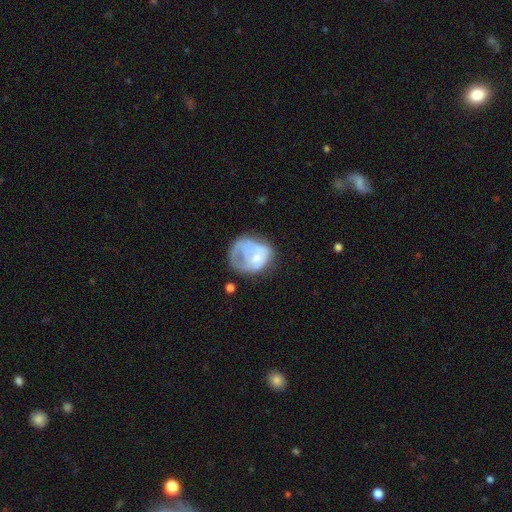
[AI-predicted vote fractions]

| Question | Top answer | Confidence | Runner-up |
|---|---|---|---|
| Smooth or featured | smooth | 47% | featured or disk (45%) |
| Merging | major disturbance | 42% | none (28%) |